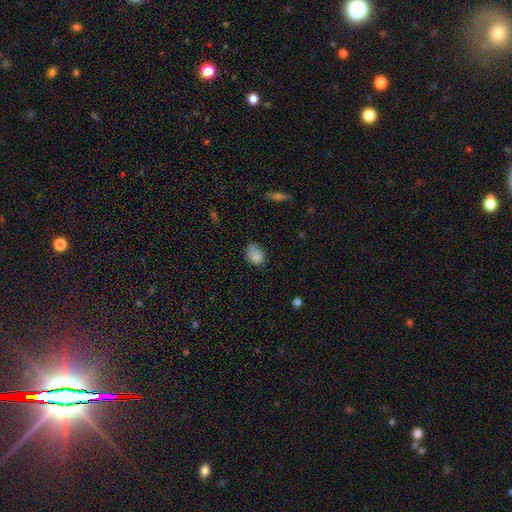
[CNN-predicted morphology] A smooth galaxy with no disk features (82%) that is in between round and cigar-shaped (62%). Merging: none (52%).